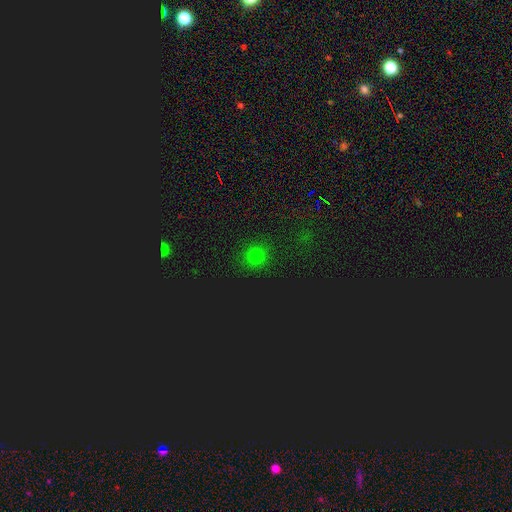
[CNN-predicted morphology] Smooth or featured: smooth — 73% (star or artifact — 22%)
How rounded: round — 90% (in between — 9%)
Merging: none — 90% (minor disturbance — 7%)